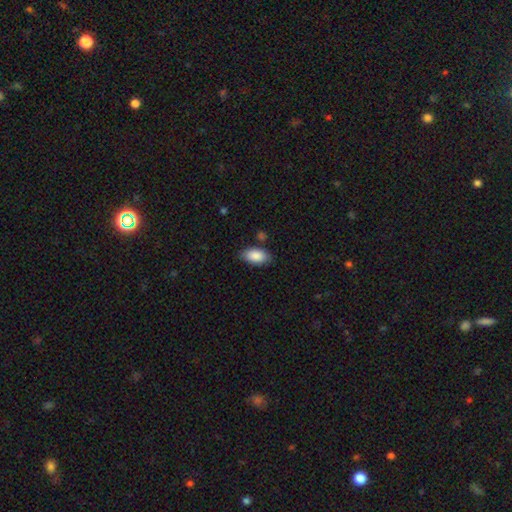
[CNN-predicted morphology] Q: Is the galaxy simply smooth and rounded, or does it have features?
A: smooth — 88%.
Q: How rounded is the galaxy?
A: in between — 94%.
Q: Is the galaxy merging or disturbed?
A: none — 82%.